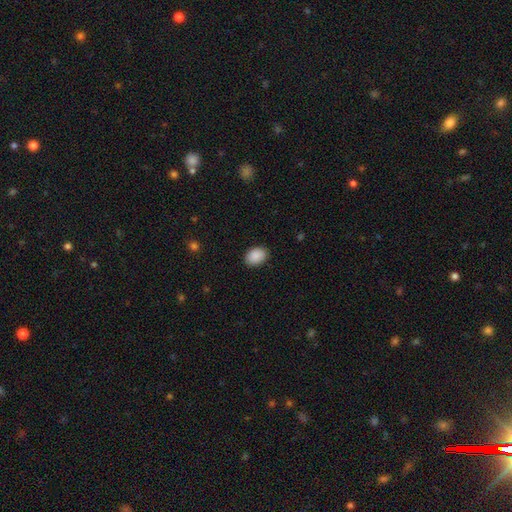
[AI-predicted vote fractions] Smooth or featured: smooth — 91% (star or artifact — 7%)
How rounded: in between — 81% (round — 18%)
Merging: none — 88% (minor disturbance — 9%)